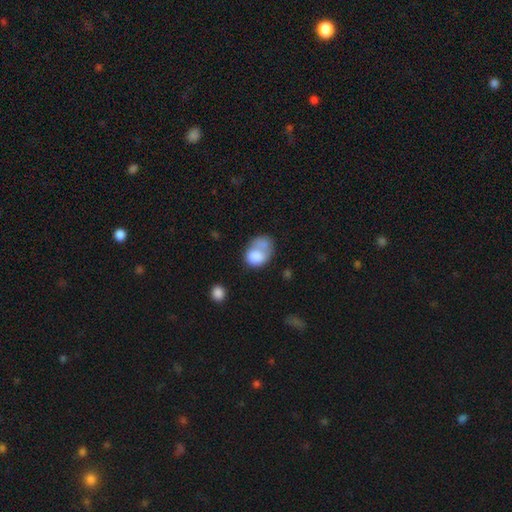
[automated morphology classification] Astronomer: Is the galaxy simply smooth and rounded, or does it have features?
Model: smooth — 74%.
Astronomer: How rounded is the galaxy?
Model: in between — 63%.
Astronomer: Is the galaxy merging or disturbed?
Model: merger — 37% (runner-up: none, 26%).